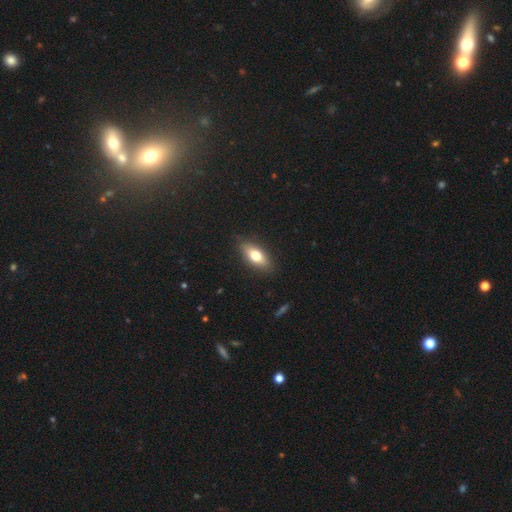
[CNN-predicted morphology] Smooth or featured? Predicted: smooth (p=0.70). How rounded? Predicted: in between (p=0.79). Merging? Predicted: none (p=0.86).